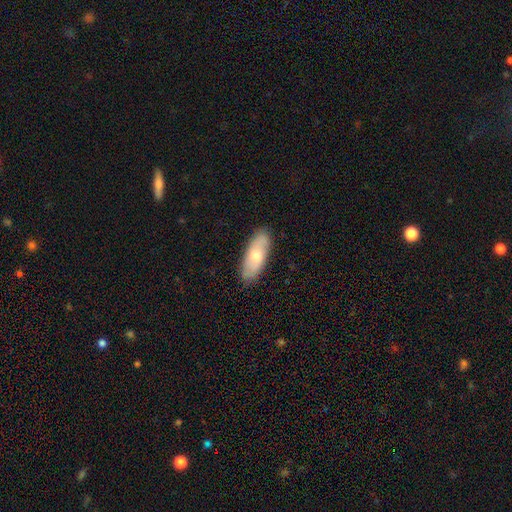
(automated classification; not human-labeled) A smooth galaxy with no disk features (66%) that is in between round and cigar-shaped (76%). Merging: none (85%).